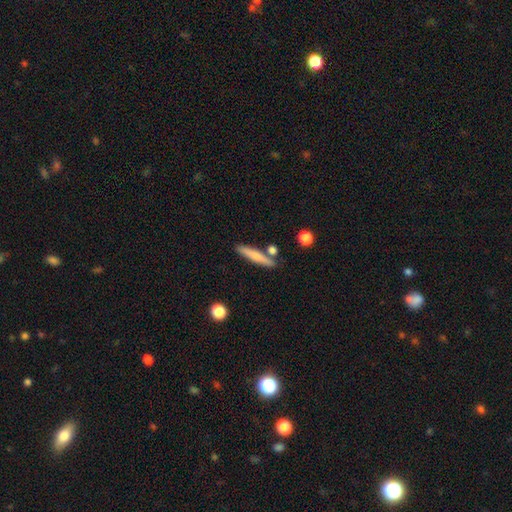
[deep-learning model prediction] smooth_or_featured: smooth (p=0.69) [alt: featured or disk p=0.25]
how_rounded: cigar-shaped (p=0.89) [alt: in between p=0.09]
merging: none (p=0.78) [alt: minor disturbance p=0.10]